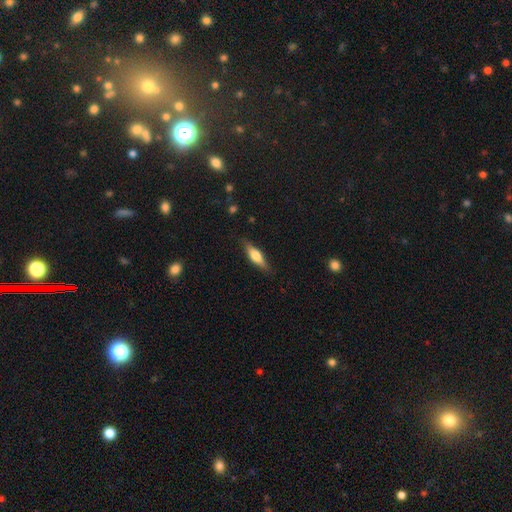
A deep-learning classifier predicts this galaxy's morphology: Smooth or featured? smooth (55%)
How rounded? cigar-shaped (55%)
Merging? none (84%)